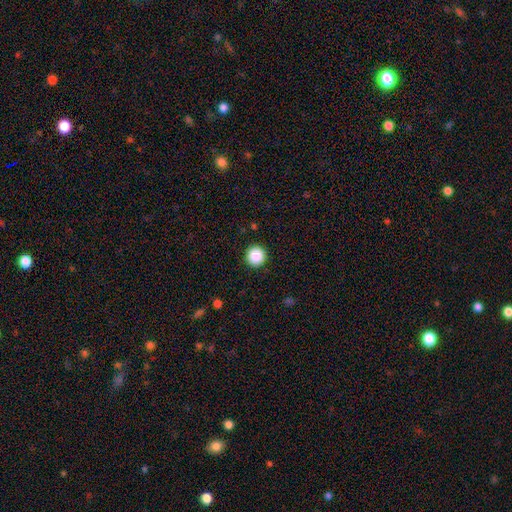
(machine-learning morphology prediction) Smooth or featured? Predicted: smooth (p=0.88). How rounded? Predicted: round (p=0.96). Merging? Predicted: none (p=0.93).